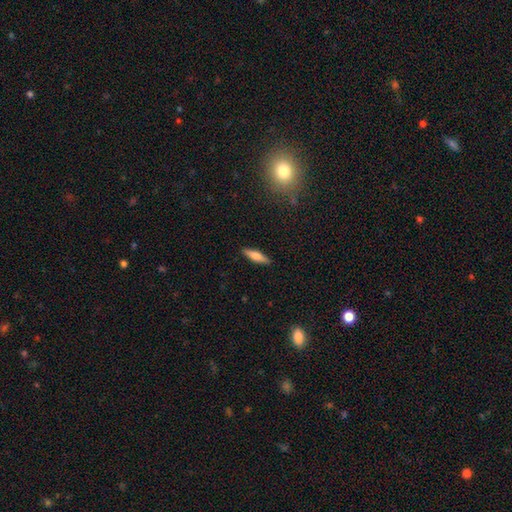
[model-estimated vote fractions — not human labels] smooth-or-featured: smooth: 66% | featured or disk: 27% | star or artifact: 7%
  how-rounded: cigar-shaped: 63% | in between: 35% | round: 2%
  merging: none: 89% | minor disturbance: 8% | major disturbance: 2% | merger: 1%